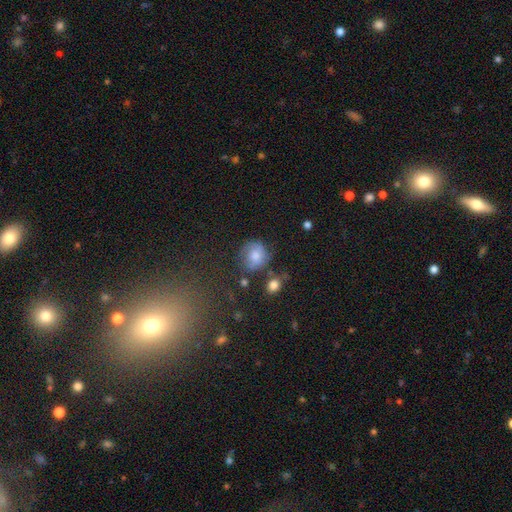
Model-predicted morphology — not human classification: A smooth galaxy with no disk features (58%) that is round (76%).

Vote fractions:
- Smooth or featured? smooth: 58% / featured or disk: 32% / star or artifact: 10%
- How rounded? round: 76% / in between: 23% / cigar-shaped: 1%
- Merging? none: 57% / minor disturbance: 25% / major disturbance: 12% / merger: 6%